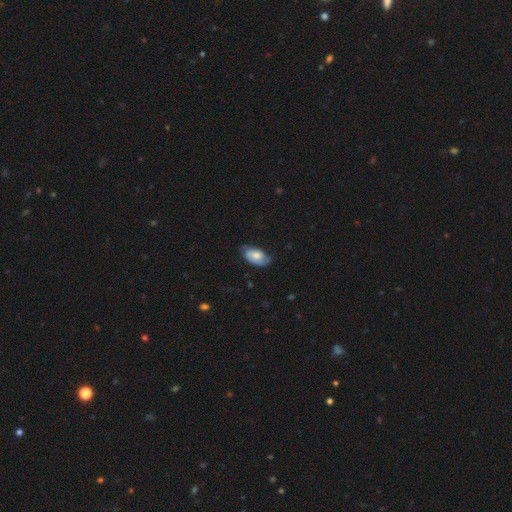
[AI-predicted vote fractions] Q: Smooth or featured?
A: smooth (56%); runner-up: featured or disk (37%)
Q: How rounded?
A: in between (93%); runner-up: round (5%)
Q: Merging?
A: none (61%); runner-up: minor disturbance (30%)